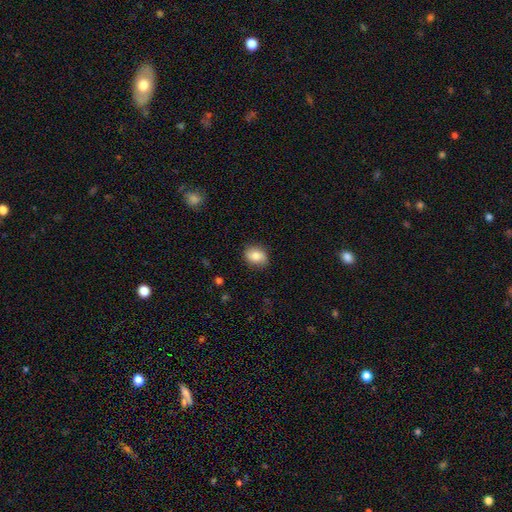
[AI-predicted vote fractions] smooth 79%, featured or disk 13%, star or artifact 8%. Down the decision tree: how rounded — in between (66%); merging — none (83%).